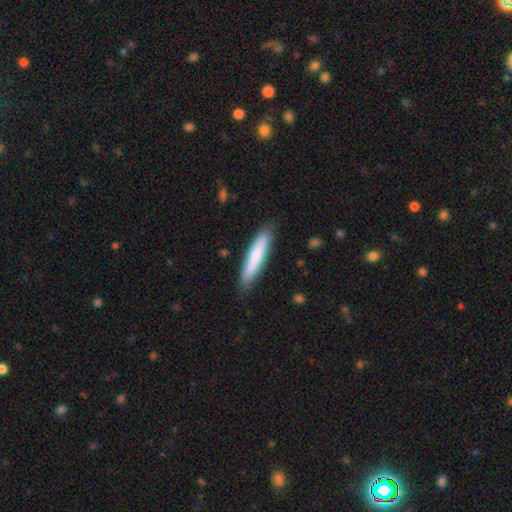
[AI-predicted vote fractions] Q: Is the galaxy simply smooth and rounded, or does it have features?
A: smooth — 74%.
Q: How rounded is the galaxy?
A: cigar-shaped — 88%.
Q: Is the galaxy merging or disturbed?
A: none — 87%.